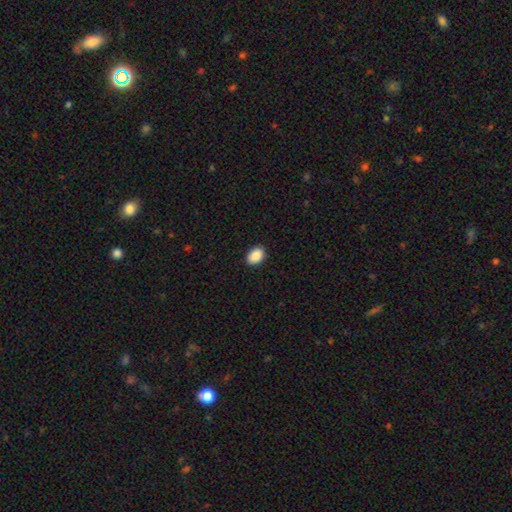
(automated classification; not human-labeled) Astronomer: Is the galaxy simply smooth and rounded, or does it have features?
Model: smooth — 90%.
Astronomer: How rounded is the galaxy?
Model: in between — 83%.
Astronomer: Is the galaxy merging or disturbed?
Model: none — 90%.